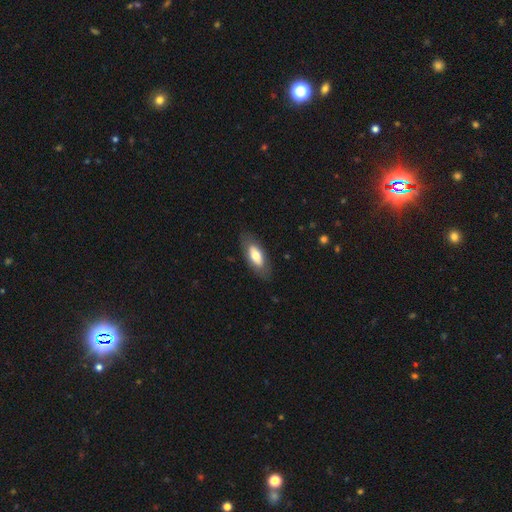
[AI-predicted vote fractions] smooth-or-featured: smooth: 69% | featured or disk: 26% | star or artifact: 6%
  how-rounded: in between: 81% | cigar-shaped: 17% | round: 2%
  merging: none: 82% | minor disturbance: 13% | major disturbance: 4% | merger: 1%